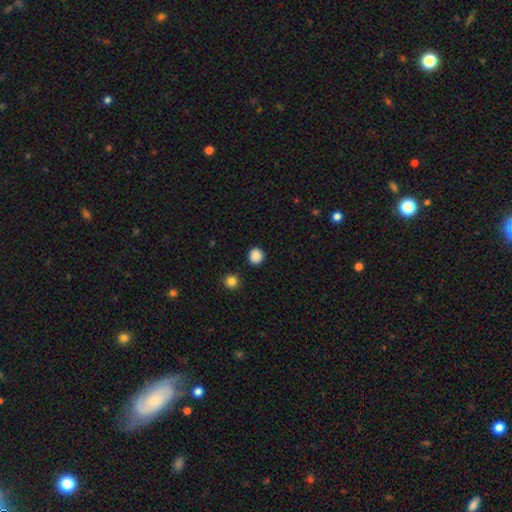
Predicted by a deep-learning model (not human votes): Morphology: type=smooth (87%); roundness=round (89%); merging=none (90%).